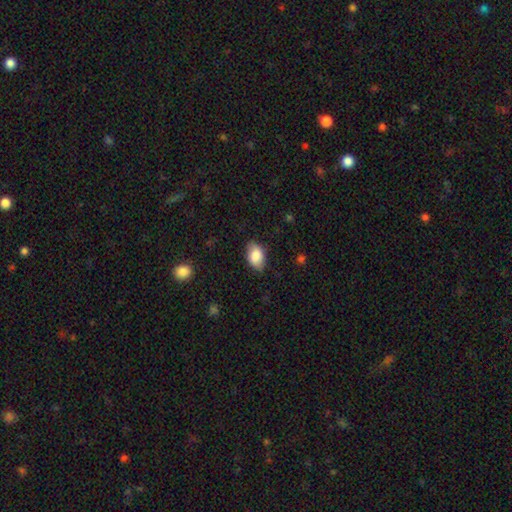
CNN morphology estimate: The model was most divided on "merging": none: 79%, minor disturbance: 16%, major disturbance: 3%, merger: 1%. More confident: how rounded — in between (89%); smooth or featured — smooth (82%).